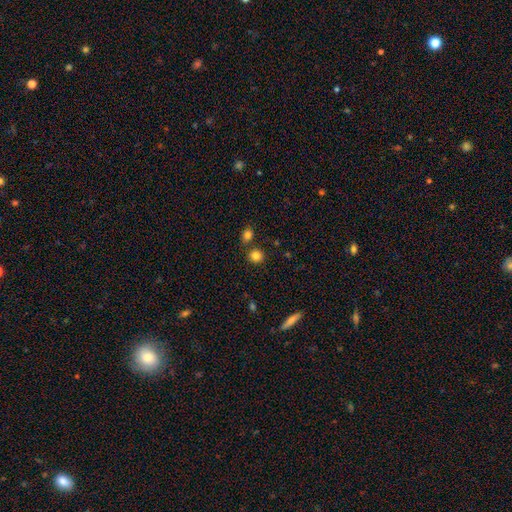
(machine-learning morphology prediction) Smooth or featured? Predicted: smooth (p=0.83). How rounded? Predicted: round (p=0.86). Merging? Predicted: none (p=0.77).